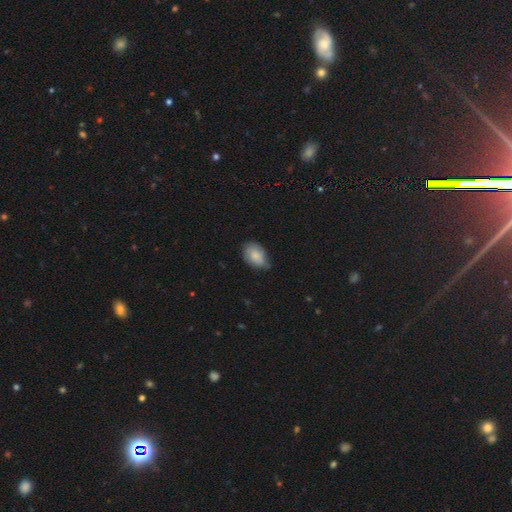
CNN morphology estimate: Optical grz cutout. It shows a smooth galaxy with no disk features (79%) that is in between round and cigar-shaped (84%). Merging: none (55%).